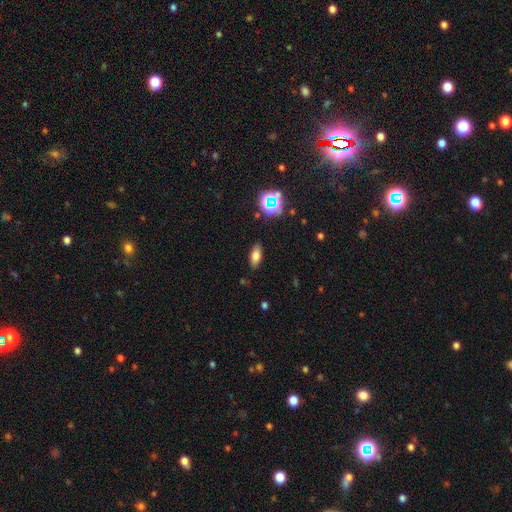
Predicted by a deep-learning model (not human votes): This is likely a smooth galaxy (74%). How rounded: clearly in between (81%). Merging: clearly none (88%).